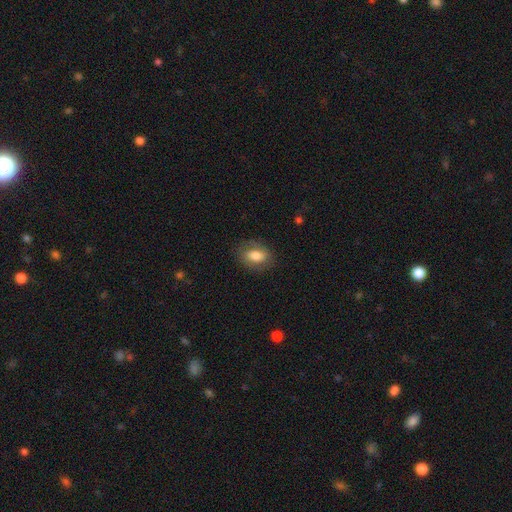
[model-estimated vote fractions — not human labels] Smooth or featured? smooth (69%)
How rounded? in between (79%)
Merging? none (80%)